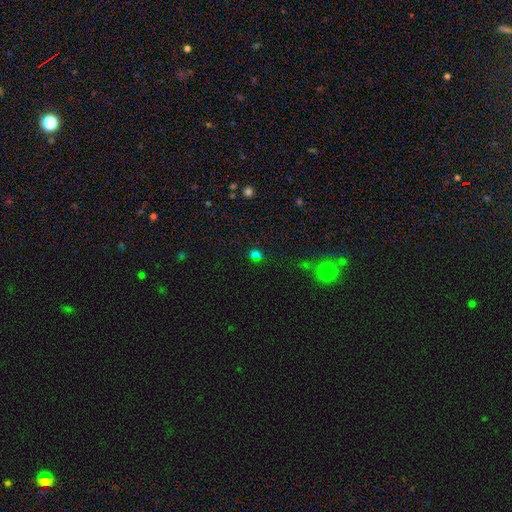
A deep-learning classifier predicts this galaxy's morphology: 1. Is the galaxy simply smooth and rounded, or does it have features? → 63% smooth, 32% star or artifact, 5% featured or disk.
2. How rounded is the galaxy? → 60% round, 39% in between, 2% cigar-shaped.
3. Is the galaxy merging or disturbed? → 78% none, 12% minor disturbance, 6% merger, 4% major disturbance.